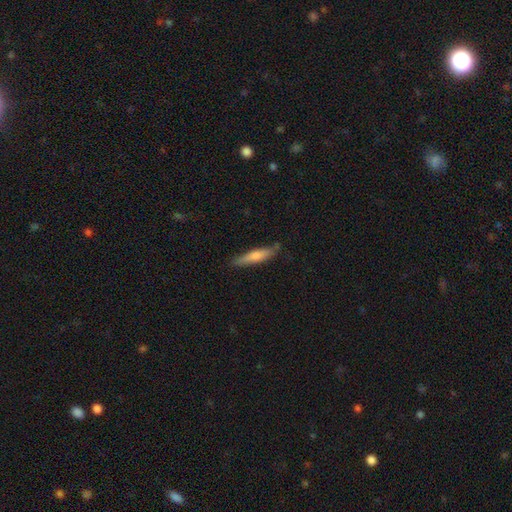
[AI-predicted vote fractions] smooth_or_featured: smooth (p=0.54) [alt: featured or disk p=0.39]
how_rounded: cigar-shaped (p=0.89) [alt: in between p=0.09]
merging: none (p=0.84) [alt: minor disturbance p=0.13]